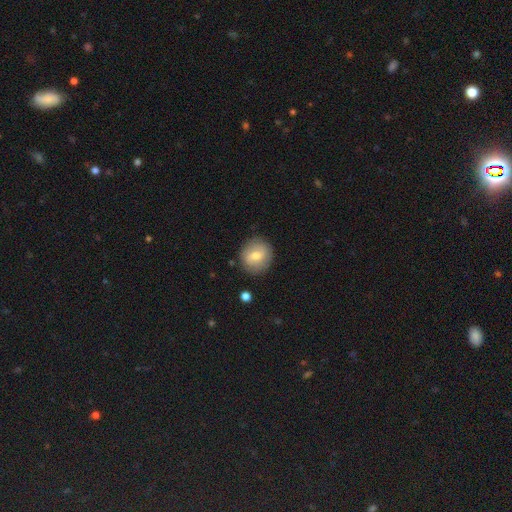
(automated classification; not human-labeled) Q: Smooth or featured?
A: smooth (62%); runner-up: featured or disk (30%)
Q: How rounded?
A: round (84%); runner-up: in between (15%)
Q: Merging?
A: none (85%); runner-up: minor disturbance (10%)